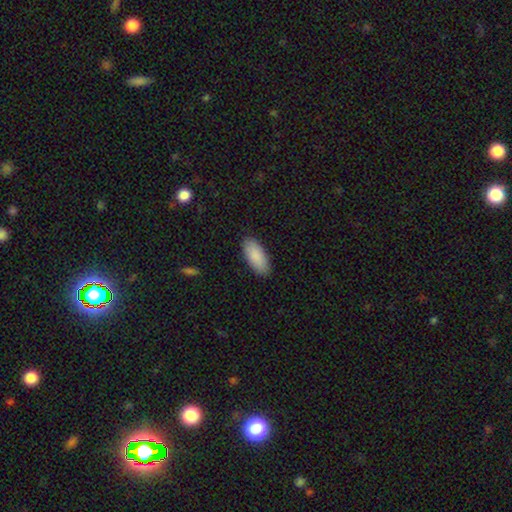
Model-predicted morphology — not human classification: smooth-or-featured: smooth: 89% | star or artifact: 5% | featured or disk: 5%
  how-rounded: in between: 88% | cigar-shaped: 10% | round: 2%
  merging: none: 88% | minor disturbance: 9% | major disturbance: 2% | merger: 1%